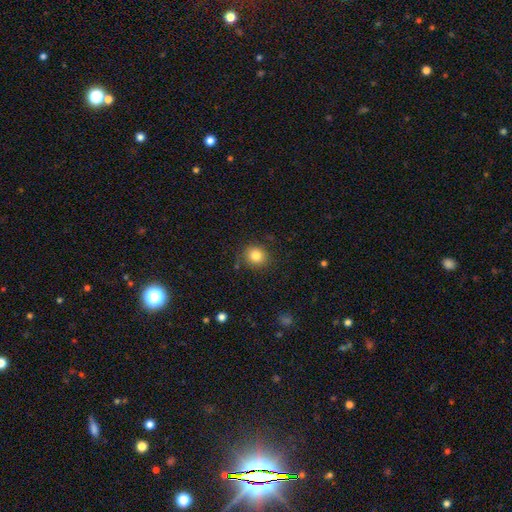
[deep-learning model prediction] This appears to be a smooth galaxy with no disk features (82%) that is round (80%). Merging: none (85%).